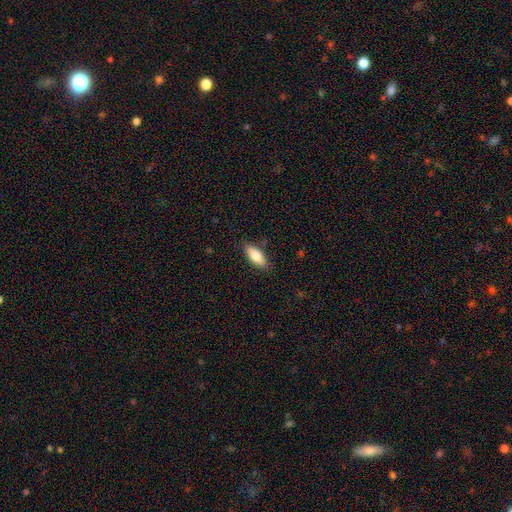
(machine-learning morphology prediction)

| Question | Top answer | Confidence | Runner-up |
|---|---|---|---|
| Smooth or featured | smooth | 81% | featured or disk (13%) |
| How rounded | in between | 79% | cigar-shaped (19%) |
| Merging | none | 84% | minor disturbance (12%) |